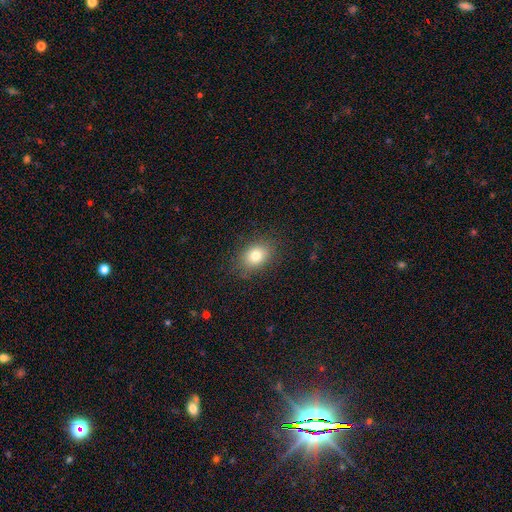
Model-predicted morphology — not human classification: Q: Smooth or featured?
A: smooth (79%); runner-up: star or artifact (11%)
Q: How rounded?
A: in between (66%); runner-up: round (33%)
Q: Merging?
A: none (84%); runner-up: minor disturbance (11%)